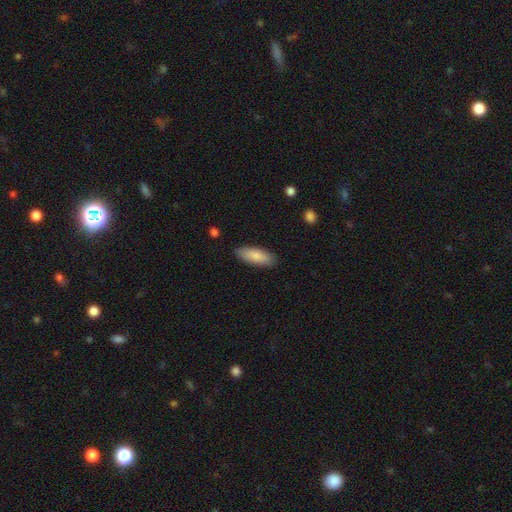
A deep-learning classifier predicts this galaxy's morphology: This is clearly a smooth galaxy (83%). How rounded: likely in between (70%). Merging: clearly none (87%).